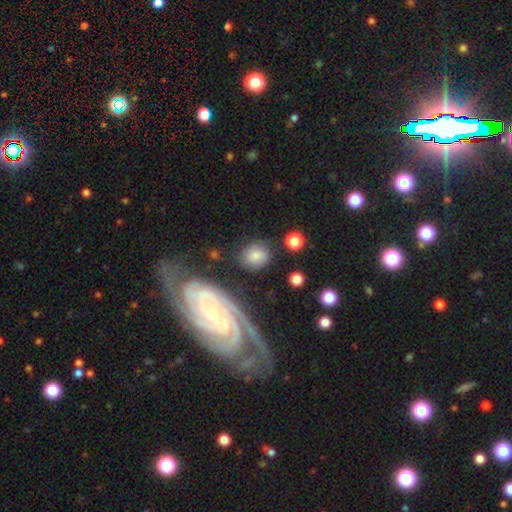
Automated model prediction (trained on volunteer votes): Overall: smooth (72%). How rounded: round (67%; in between 32%). Merging: none (76%).